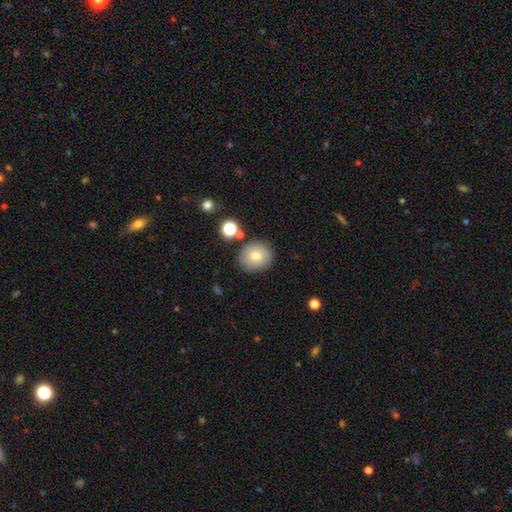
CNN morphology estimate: smooth 76%, featured or disk 13%, star or artifact 11%. Down the decision tree: how rounded — round (86%); merging — none (82%).